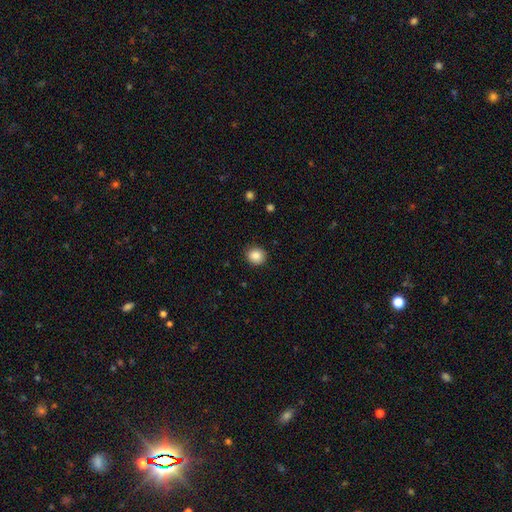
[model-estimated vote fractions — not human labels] Q: Smooth or featured?
A: smooth (87%); runner-up: star or artifact (9%)
Q: How rounded?
A: round (85%); runner-up: in between (14%)
Q: Merging?
A: none (90%); runner-up: minor disturbance (7%)